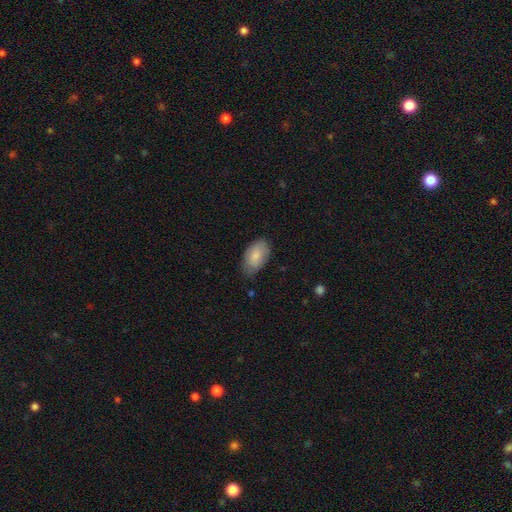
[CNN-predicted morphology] Q: Smooth or featured?
A: smooth (83%); runner-up: featured or disk (11%)
Q: How rounded?
A: in between (94%); runner-up: round (4%)
Q: Merging?
A: none (71%); runner-up: minor disturbance (24%)